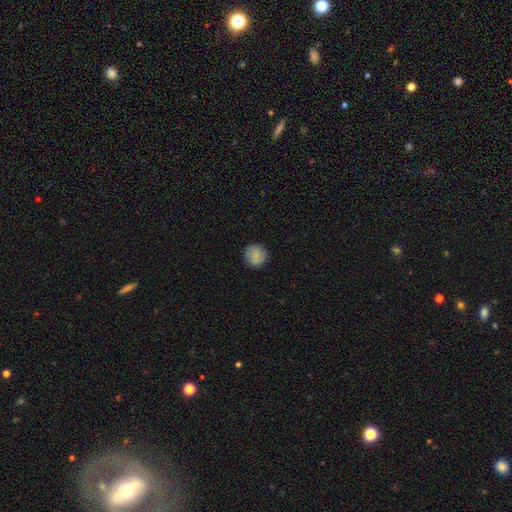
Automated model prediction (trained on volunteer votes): smooth-or-featured: smooth: 83% | featured or disk: 10% | star or artifact: 8%
  how-rounded: round: 92% | in between: 7% | cigar-shaped: 1%
  merging: none: 87% | minor disturbance: 9% | major disturbance: 2% | merger: 1%